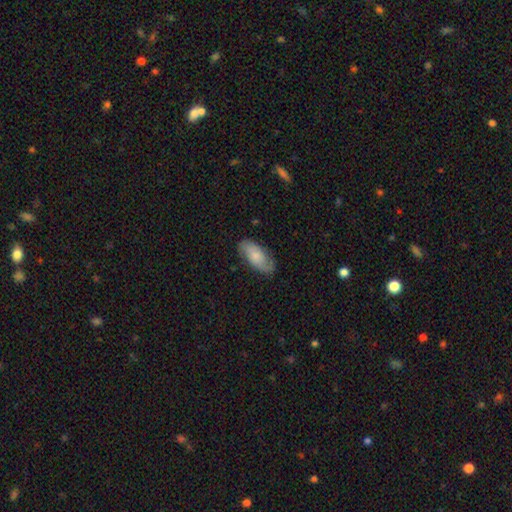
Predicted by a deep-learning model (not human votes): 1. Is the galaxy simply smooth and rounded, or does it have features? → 59% smooth, 35% featured or disk, 6% star or artifact.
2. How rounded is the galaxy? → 90% in between, 8% cigar-shaped, 3% round.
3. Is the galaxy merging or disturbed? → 79% none, 16% minor disturbance, 4% major disturbance, 1% merger.